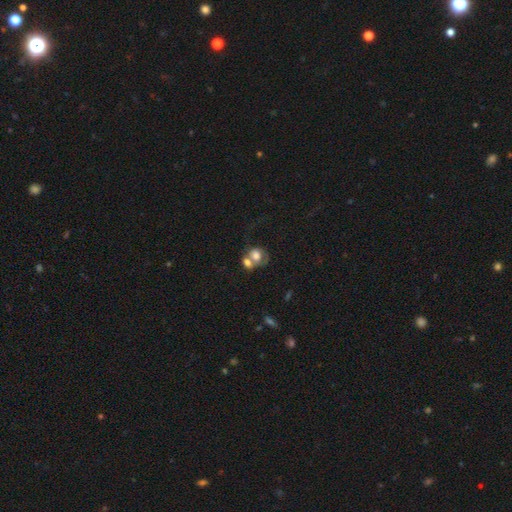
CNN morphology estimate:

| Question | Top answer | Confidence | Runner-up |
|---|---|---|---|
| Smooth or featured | smooth | 60% | featured or disk (31%) |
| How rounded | round | 55% | in between (44%) |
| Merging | merger | 63% | none (17%) |